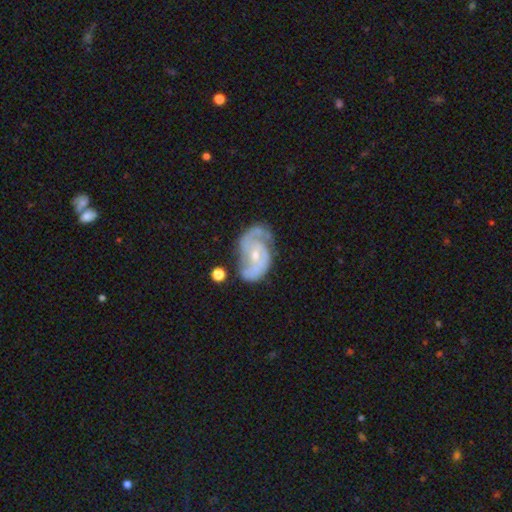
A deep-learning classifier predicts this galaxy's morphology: Smooth or featured? featured or disk (86%)
Edge-on disk? no (97%)
Bar? no (54%)
Spiral arms? yes (96%)
Spiral winding? medium (49%)
Spiral arm count? 2 (79%)
Bulge size? small (59%)
Merging? none (57%)